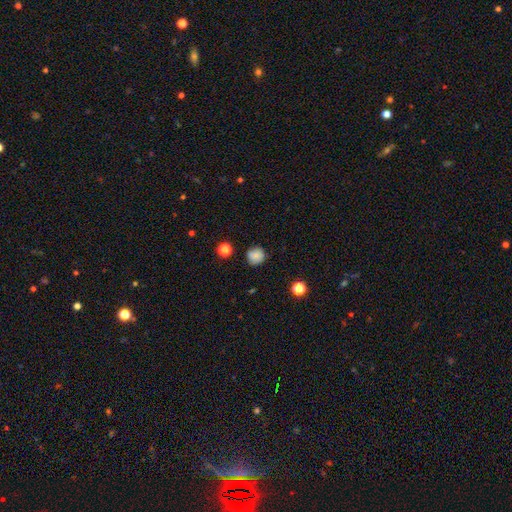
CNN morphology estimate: Smooth or featured?
  - smooth: 82% *
  - star or artifact: 11%
  - featured or disk: 7%
How rounded?
  - round: 91% *
  - in between: 8%
  - cigar-shaped: 1%
Merging?
  - none: 80% *
  - minor disturbance: 15%
  - major disturbance: 3%
  - merger: 2%